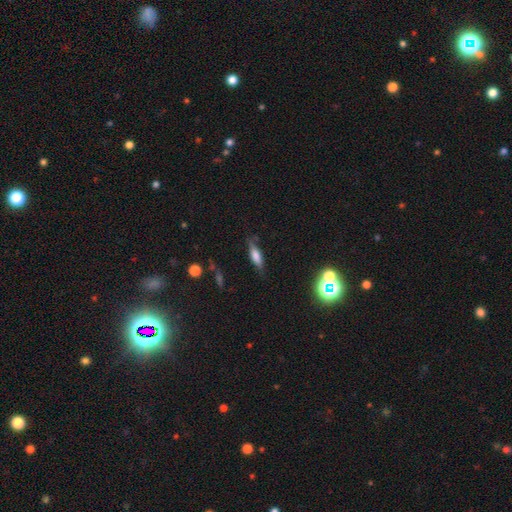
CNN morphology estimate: Overall: smooth (61%; featured or disk 28%). How rounded: cigar-shaped (50%; in between 47%). Merging: none (70%).